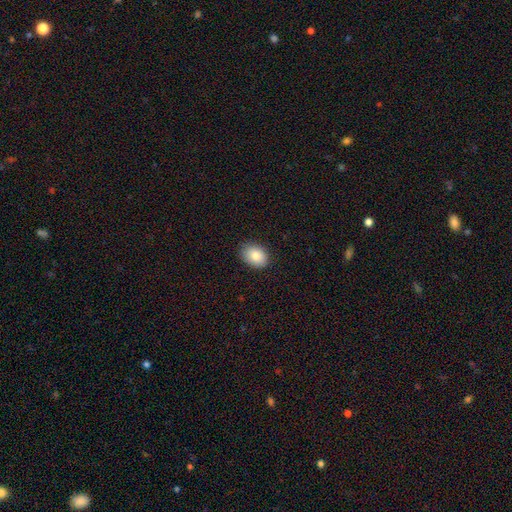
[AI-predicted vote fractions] Q: Smooth or featured?
A: smooth (84%); runner-up: star or artifact (8%)
Q: How rounded?
A: in between (76%); runner-up: round (24%)
Q: Merging?
A: none (86%); runner-up: minor disturbance (11%)